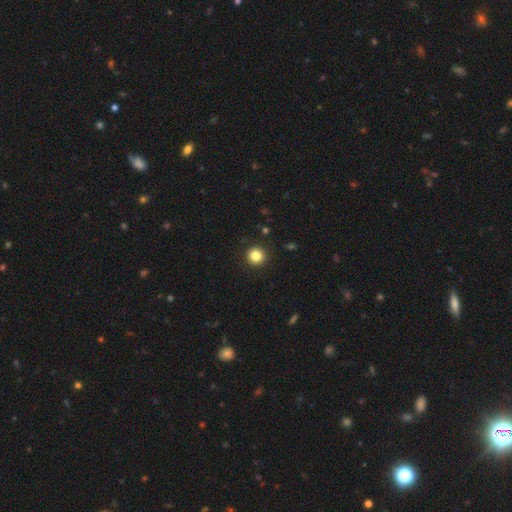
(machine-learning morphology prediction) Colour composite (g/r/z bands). It shows a smooth galaxy with no disk features (84%) that is round (94%). Merging: none (92%).